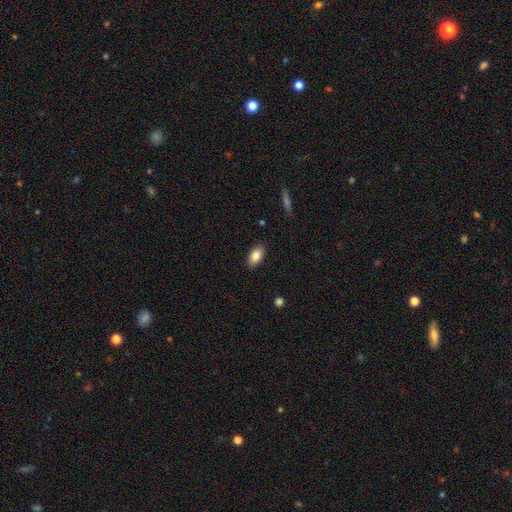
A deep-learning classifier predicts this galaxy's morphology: Smooth or featured? smooth (83%)
How rounded? in between (93%)
Merging? none (88%)